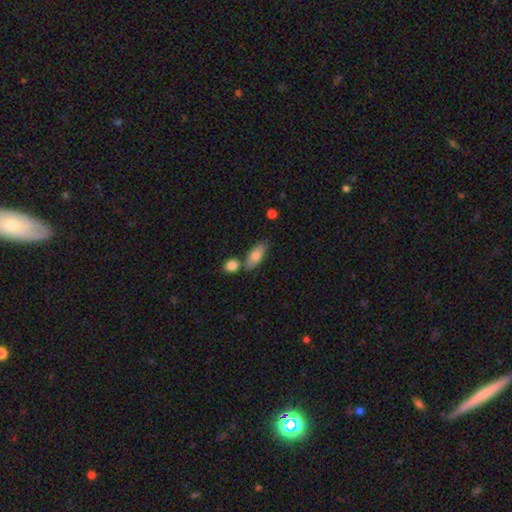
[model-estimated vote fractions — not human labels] smooth 75%, featured or disk 19%, star or artifact 6%. Down the decision tree: how rounded — in between (83%); merging — none (63%).